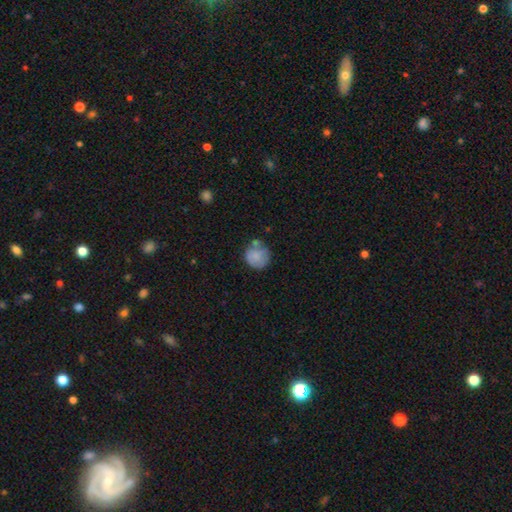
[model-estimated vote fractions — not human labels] Overall: smooth (80%). How rounded: round (87%). Merging: none (57%; minor disturbance 23%).